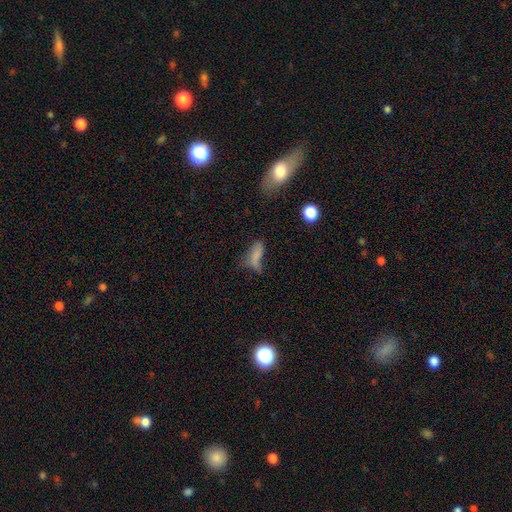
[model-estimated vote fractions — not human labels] Smooth or featured? smooth (66%)
How rounded? in between (71%)
Merging? major disturbance (34%)